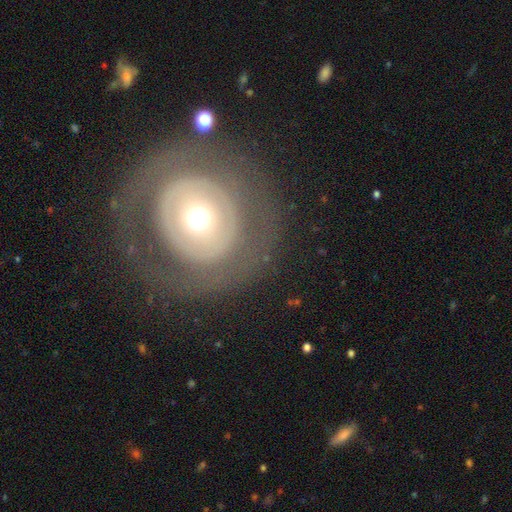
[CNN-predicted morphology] A featured or disk galaxy (59%) with no bar (81%), no spiral arms (74%) and a moderate central bulge (61%). Merging: none (79%).